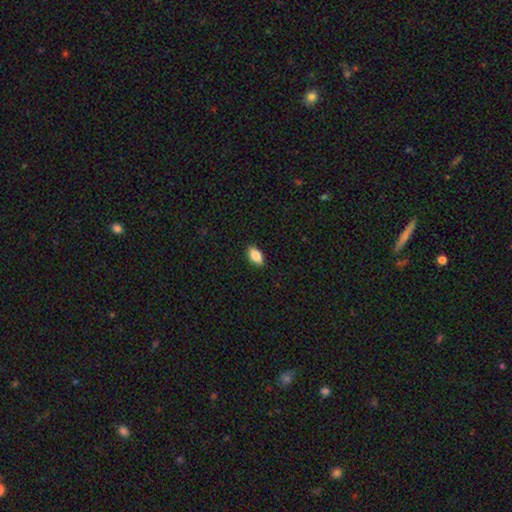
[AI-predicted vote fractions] Overall: smooth (84%). How rounded: in between (90%). Merging: none (89%).